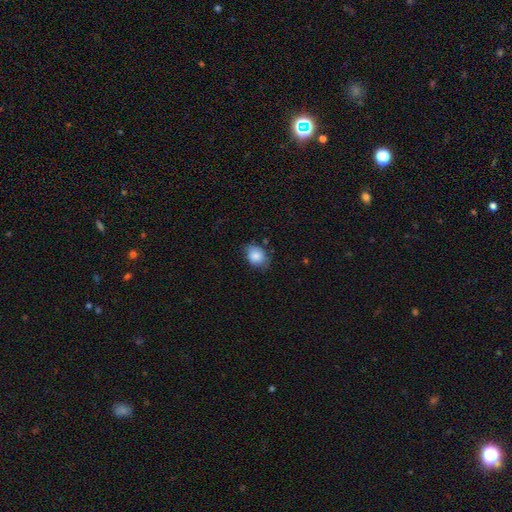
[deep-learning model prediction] Smooth or featured: smooth — 84% (featured or disk — 9%)
How rounded: in between — 54% (round — 45%)
Merging: none — 66% (minor disturbance — 26%)